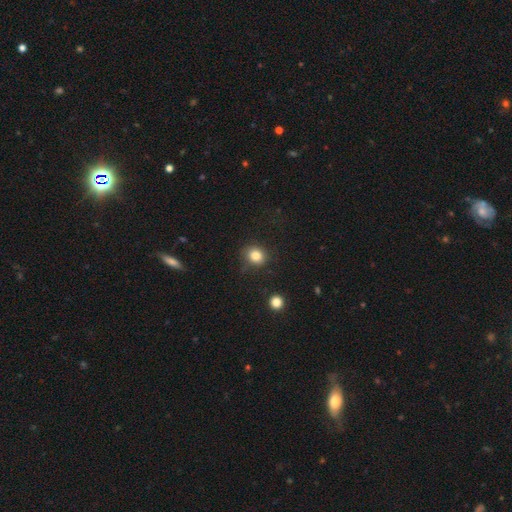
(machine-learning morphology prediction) type=smooth (83%); roundness=round (74%); merging=none (79%).